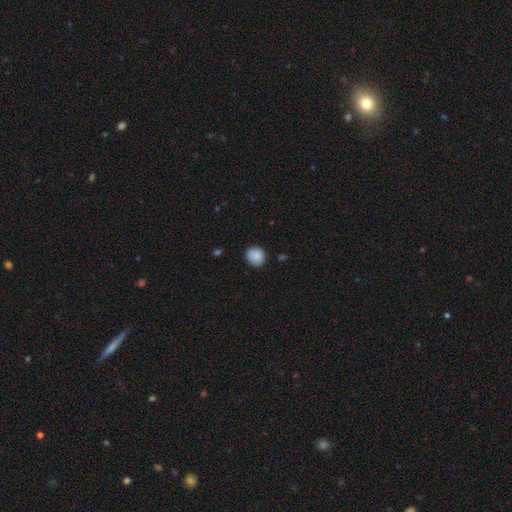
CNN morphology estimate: Smooth or featured? Predicted: smooth (p=0.87). How rounded? Predicted: round (p=0.80). Merging? Predicted: none (p=0.84).